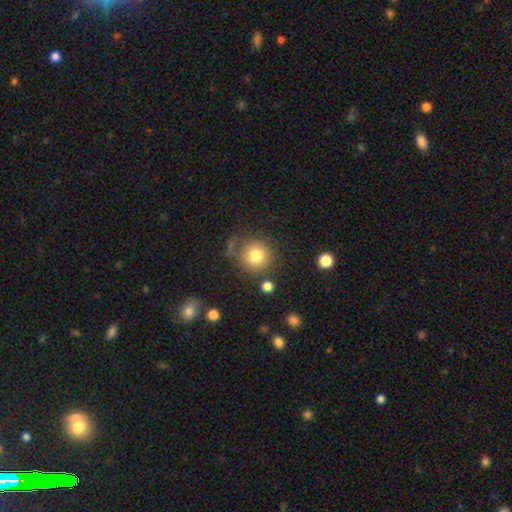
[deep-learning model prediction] Smooth or featured? Predicted: smooth (p=0.80). How rounded? Predicted: round (p=0.92). Merging? Predicted: none (p=0.69).